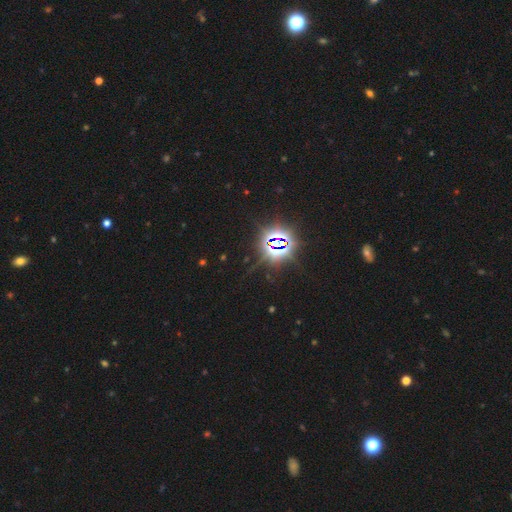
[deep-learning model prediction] Q: Smooth or featured?
A: star or artifact (85%); runner-up: smooth (10%)